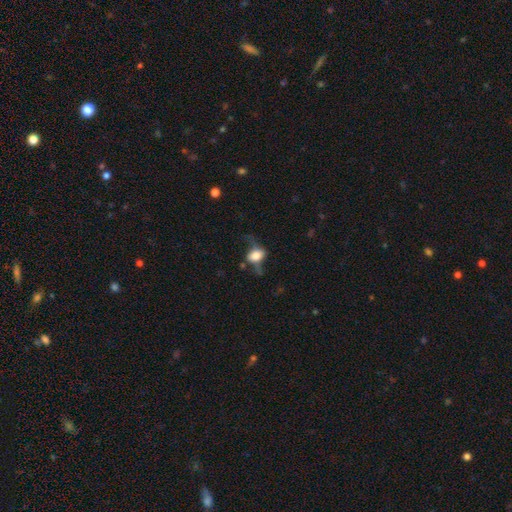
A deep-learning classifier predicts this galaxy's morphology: smooth-or-featured: smooth: 56% | featured or disk: 35% | star or artifact: 9%
  how-rounded: in between: 68% | round: 28% | cigar-shaped: 4%
  merging: none: 42% | major disturbance: 28% | minor disturbance: 25% | merger: 5%